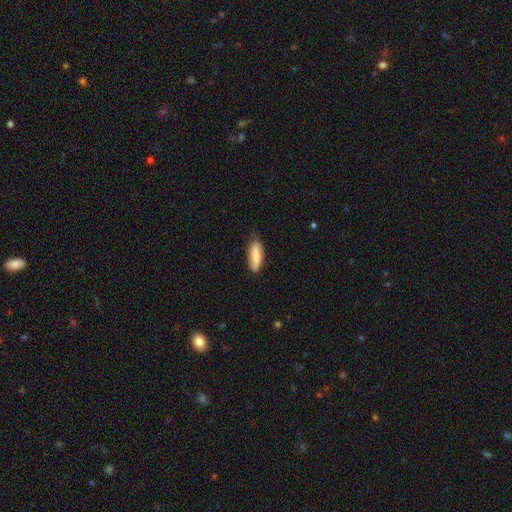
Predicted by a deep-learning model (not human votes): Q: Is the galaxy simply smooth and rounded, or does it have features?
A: smooth — 75%.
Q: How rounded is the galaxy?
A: in between — 60%.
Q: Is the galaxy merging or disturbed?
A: none — 70%.